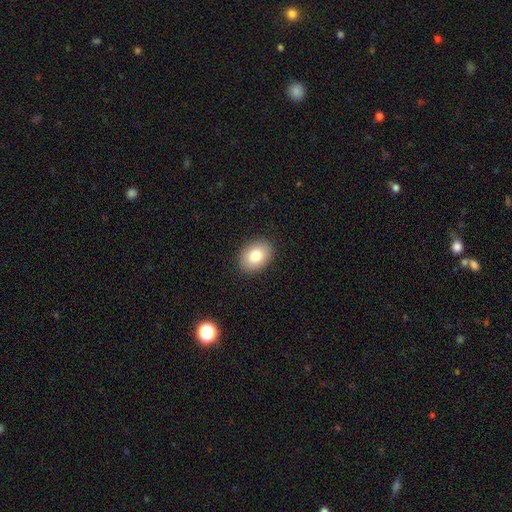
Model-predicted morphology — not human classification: Smooth or featured? smooth (84%)
How rounded? in between (72%)
Merging? none (89%)